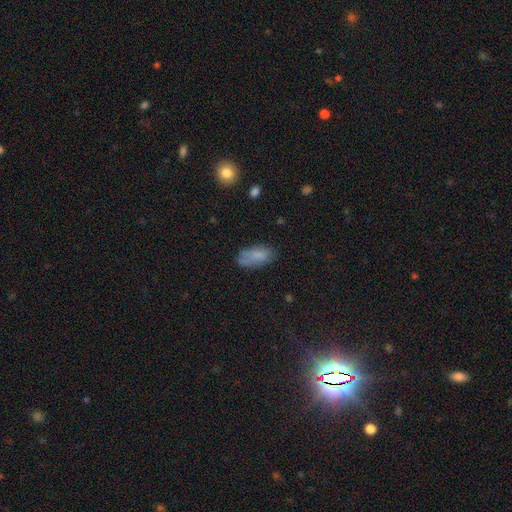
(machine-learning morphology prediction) Smooth or featured?
  - smooth: 76% *
  - featured or disk: 15%
  - star or artifact: 10%
How rounded?
  - in between: 91% *
  - cigar-shaped: 5%
  - round: 3%
Merging?
  - none: 63% *
  - minor disturbance: 25%
  - major disturbance: 9%
  - merger: 3%